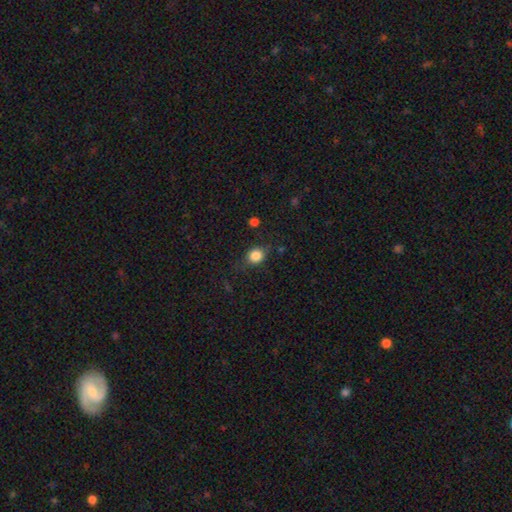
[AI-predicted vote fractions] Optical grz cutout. It shows a smooth galaxy with no disk features (82%) that is round (65%). Merging: none (74%).